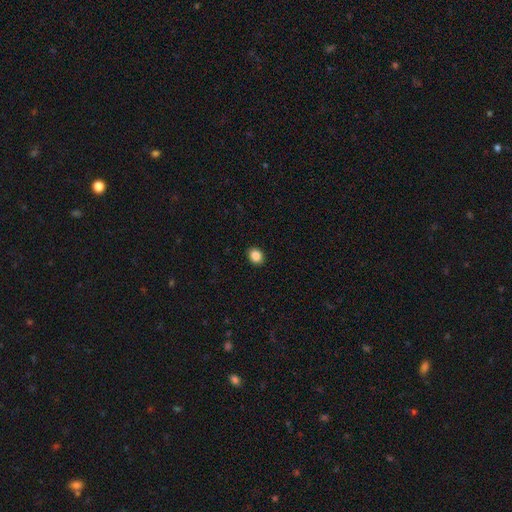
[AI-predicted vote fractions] Morphology: type=smooth (86%); roundness=round (53%); merging=none (92%).